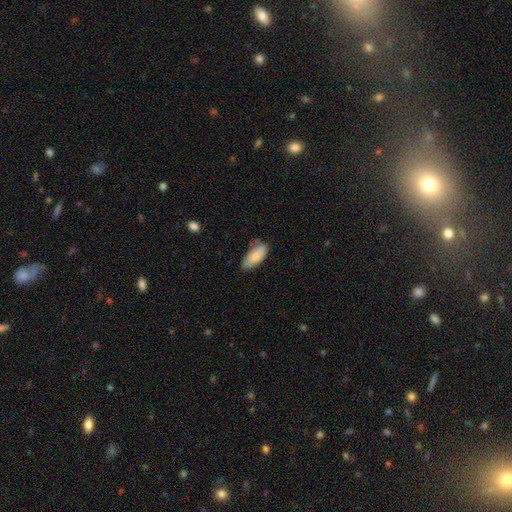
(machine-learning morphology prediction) A smooth galaxy with no disk features (77%) that is in between round and cigar-shaped (89%). Merging: none (61%).